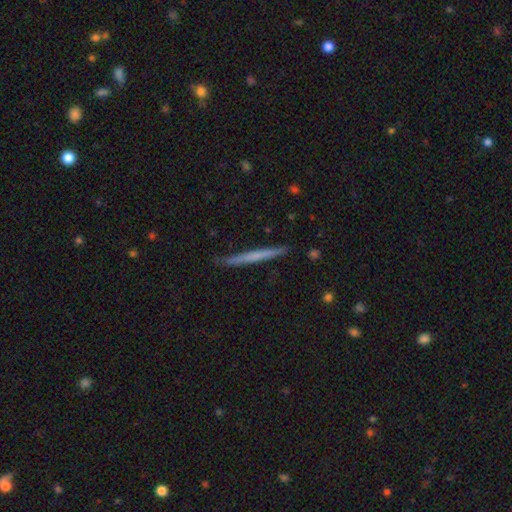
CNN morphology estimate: This is possibly a smooth galaxy (53%). How rounded: clearly cigar-shaped (97%). Merging: clearly none (88%).